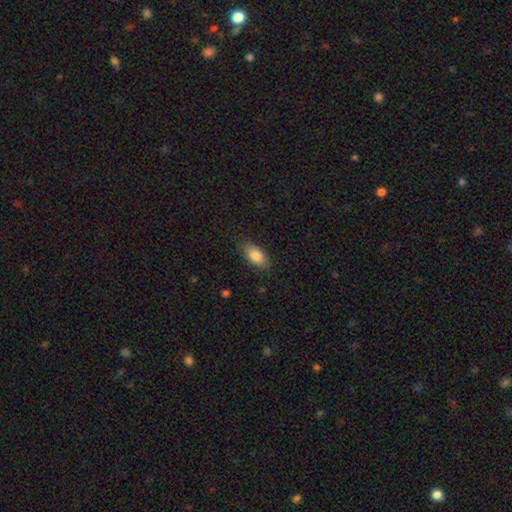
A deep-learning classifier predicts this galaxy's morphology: Overall: smooth (85%). How rounded: in between (90%). Merging: none (84%).